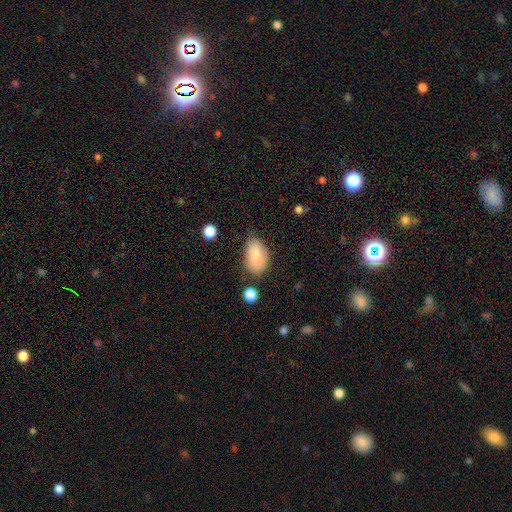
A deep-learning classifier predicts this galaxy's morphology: A smooth galaxy with no disk features (86%) that is in between round and cigar-shaped (92%).

Vote fractions:
- Smooth or featured? smooth: 86% / featured or disk: 7% / star or artifact: 7%
- How rounded? in between: 92% / round: 6% / cigar-shaped: 2%
- Merging? none: 65% / minor disturbance: 25% / major disturbance: 6% / merger: 5%